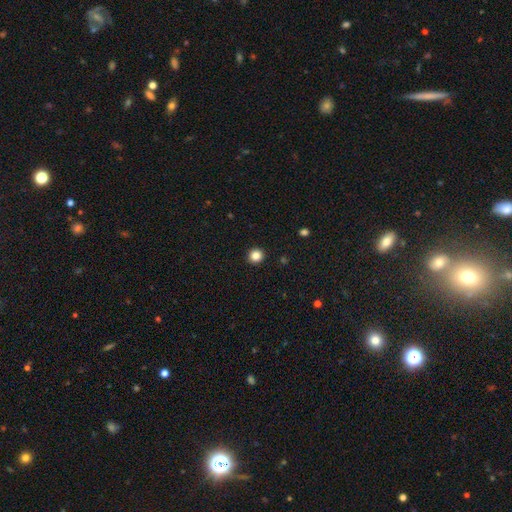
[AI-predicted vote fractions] Overall: smooth (85%). How rounded: round (92%). Merging: none (93%).